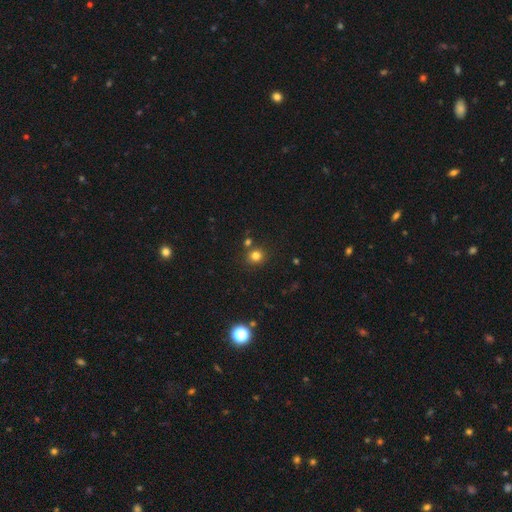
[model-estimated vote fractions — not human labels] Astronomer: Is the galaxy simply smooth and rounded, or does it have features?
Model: smooth — 78%.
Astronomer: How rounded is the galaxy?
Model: round — 88%.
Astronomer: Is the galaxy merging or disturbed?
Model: none — 78%.